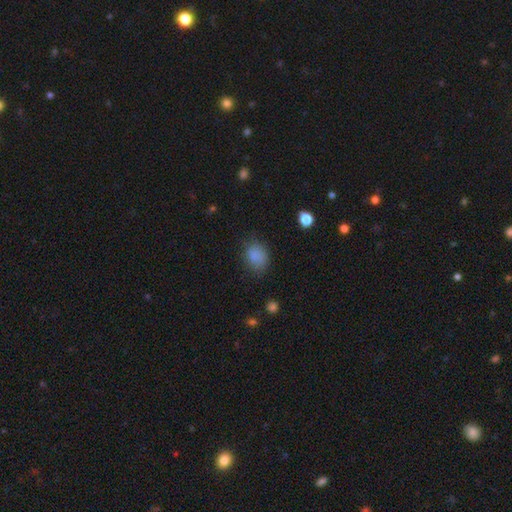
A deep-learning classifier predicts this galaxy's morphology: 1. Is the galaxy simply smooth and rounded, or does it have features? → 84% smooth, 11% star or artifact, 5% featured or disk.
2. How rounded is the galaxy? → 53% in between, 46% round, 1% cigar-shaped.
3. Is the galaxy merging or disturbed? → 70% none, 22% minor disturbance, 7% major disturbance, 2% merger.